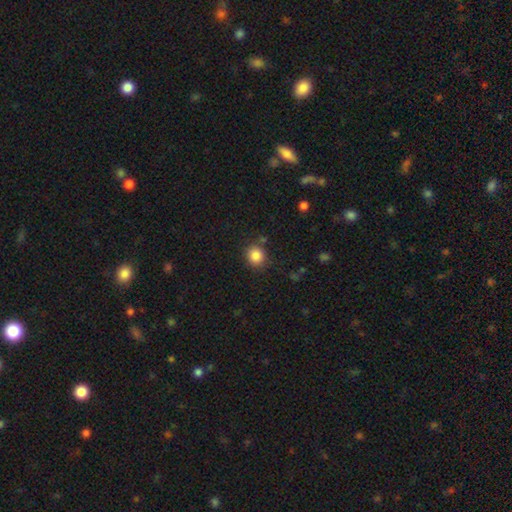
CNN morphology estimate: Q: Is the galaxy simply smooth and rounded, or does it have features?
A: smooth — 85%.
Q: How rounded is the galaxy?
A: round — 85%.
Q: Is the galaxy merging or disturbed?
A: none — 83%.